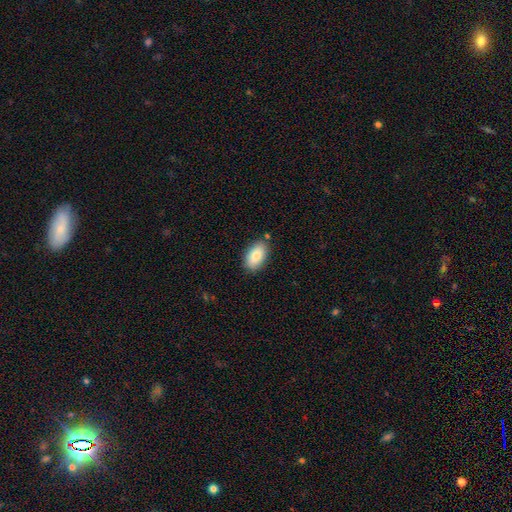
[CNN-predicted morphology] Smooth or featured? smooth (85%)
How rounded? in between (94%)
Merging? none (84%)